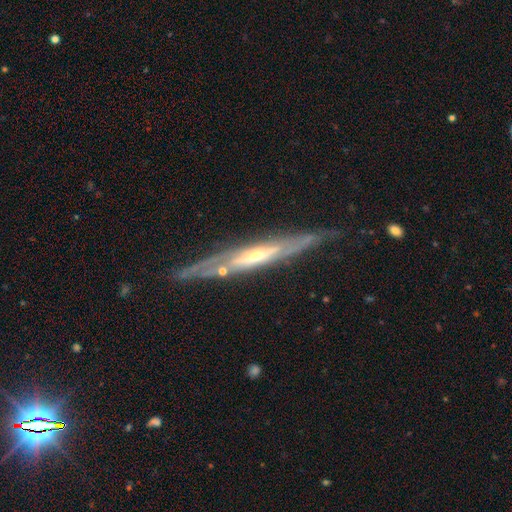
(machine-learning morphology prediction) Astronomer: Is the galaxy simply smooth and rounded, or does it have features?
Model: featured or disk — 82%.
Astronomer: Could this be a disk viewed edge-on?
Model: yes — 77%.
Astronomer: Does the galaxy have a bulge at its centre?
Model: rounded — 61%.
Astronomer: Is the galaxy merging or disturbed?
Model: none — 74%.